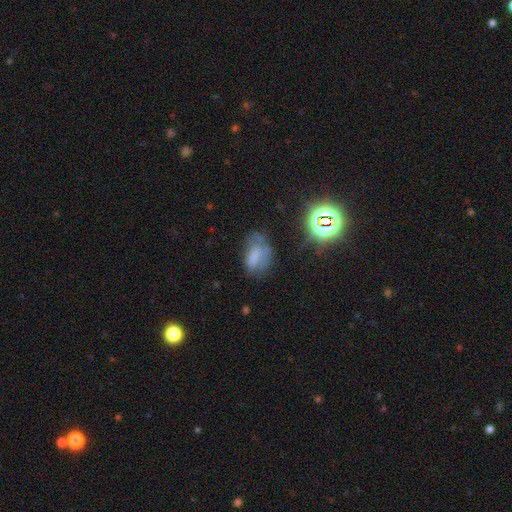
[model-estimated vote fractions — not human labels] smooth-or-featured: smooth: 52% | featured or disk: 27% | star or artifact: 21%
  how-rounded: in between: 84% | round: 10% | cigar-shaped: 5%
  merging: none: 39% | minor disturbance: 29% | major disturbance: 26% | merger: 6%